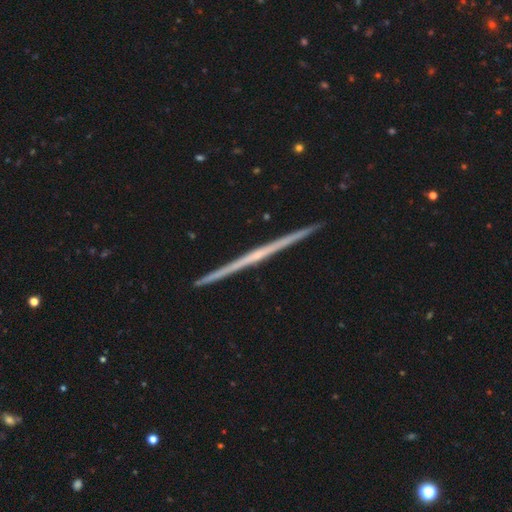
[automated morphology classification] The model was most divided on "edge-on bulge": none: 71%, rounded: 22%, boxy: 6%. More confident: edge-on disk — yes (99%); merging — none (93%); smooth or featured — featured or disk (79%).